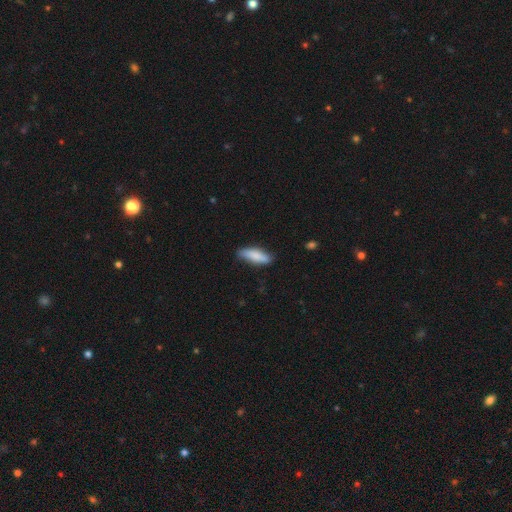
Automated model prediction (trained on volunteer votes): A smooth galaxy with no disk features (82%) that is in between round and cigar-shaped (51%). Merging: none (76%).